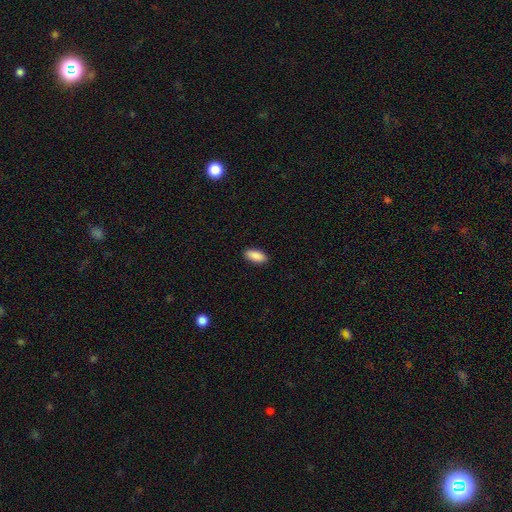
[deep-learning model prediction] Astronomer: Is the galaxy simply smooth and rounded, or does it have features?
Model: smooth — 90%.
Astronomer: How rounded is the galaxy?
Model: in between — 90%.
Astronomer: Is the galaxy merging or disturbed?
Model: none — 89%.